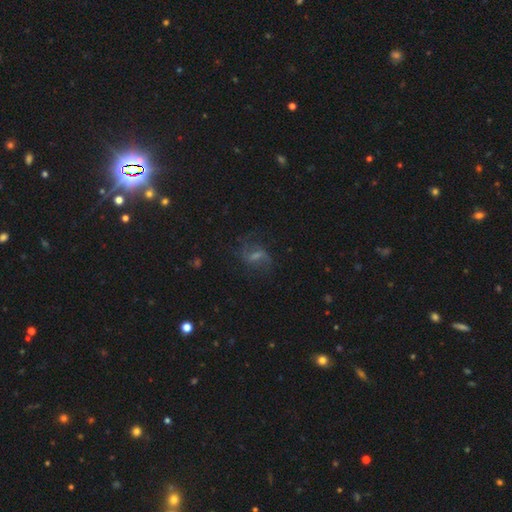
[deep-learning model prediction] This appears to be a featured or disk galaxy (58%) with a weak bar (50%), spiral arms (85%) and a small central bulge (43%). Merging: none (71%).